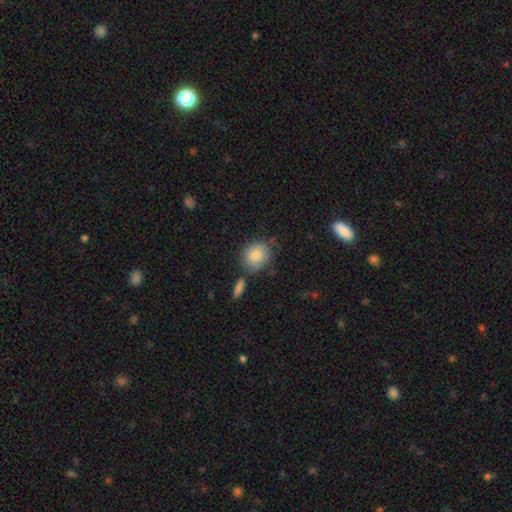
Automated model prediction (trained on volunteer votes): smooth 84%, featured or disk 9%, star or artifact 8%. Down the decision tree: how rounded — round (57%); merging — none (67%).